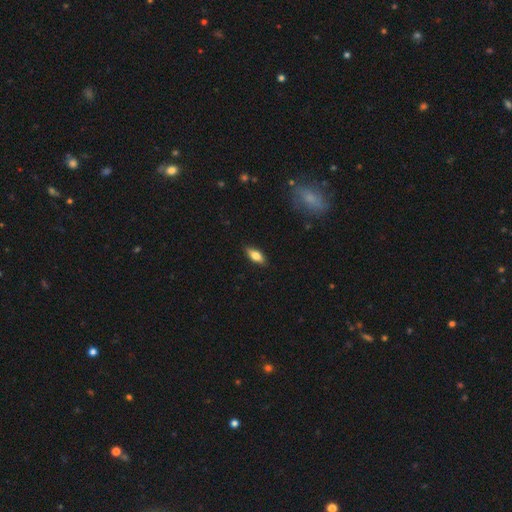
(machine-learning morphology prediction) Q: Smooth or featured?
A: smooth (73%); runner-up: featured or disk (21%)
Q: How rounded?
A: in between (79%); runner-up: cigar-shaped (19%)
Q: Merging?
A: none (86%); runner-up: minor disturbance (11%)